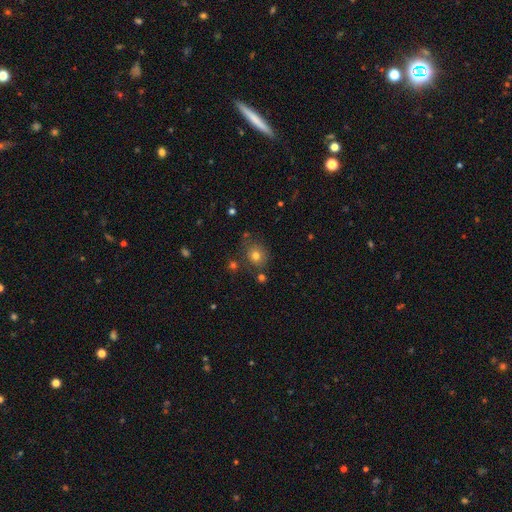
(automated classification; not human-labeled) The model was most divided on "how rounded": round: 79%, in between: 20%, cigar-shaped: 1%. More confident: merging — none (77%); smooth or featured — smooth (74%).